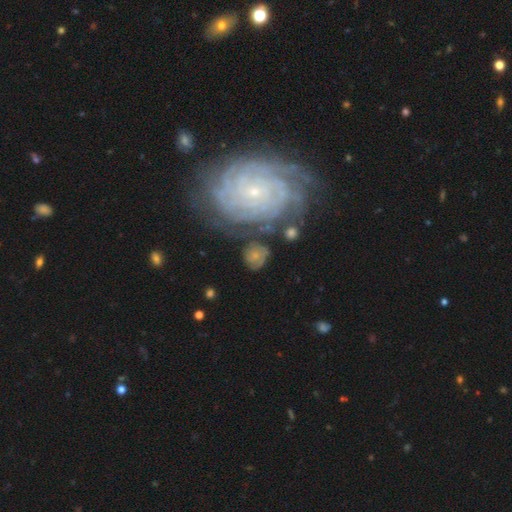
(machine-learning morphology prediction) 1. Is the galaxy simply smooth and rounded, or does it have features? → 49% featured or disk, 42% smooth, 10% star or artifact.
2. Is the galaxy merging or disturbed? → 63% none, 17% minor disturbance, 10% major disturbance, 9% merger.